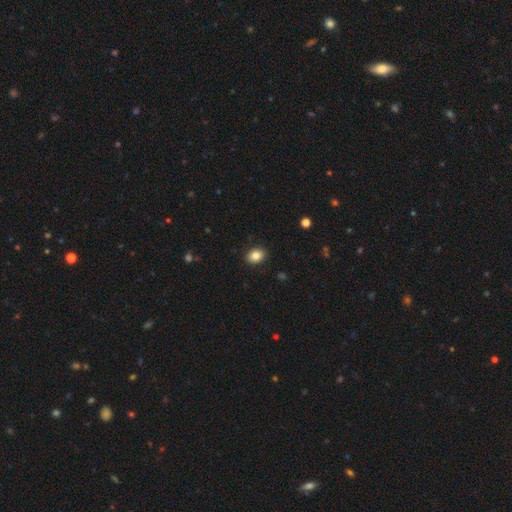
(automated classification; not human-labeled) A smooth galaxy with no disk features (84%) that is in between round and cigar-shaped (63%).

Vote fractions:
- Smooth or featured? smooth: 84% / star or artifact: 9% / featured or disk: 7%
- How rounded? in between: 63% / round: 36% / cigar-shaped: 1%
- Merging? none: 90% / minor disturbance: 7% / major disturbance: 2% / merger: 1%